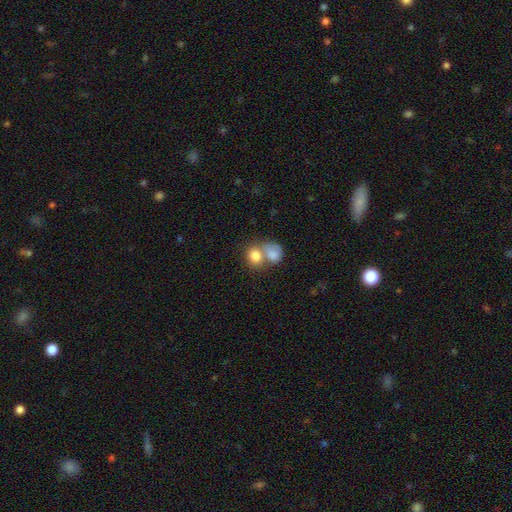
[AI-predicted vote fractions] Smooth or featured: smooth — 80% (featured or disk — 12%)
How rounded: round — 62% (in between — 37%)
Merging: merger — 57% (none — 30%)